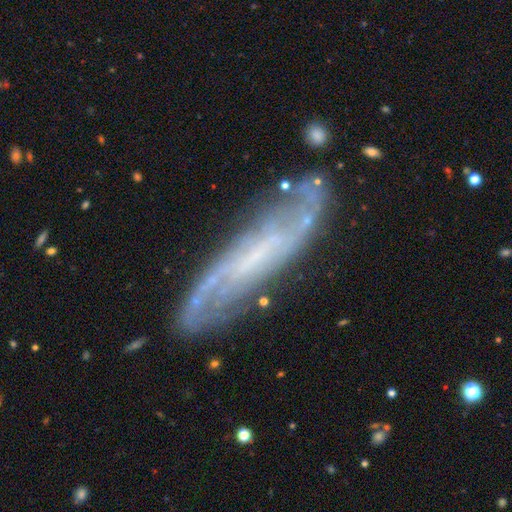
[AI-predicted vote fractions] smooth_or_featured: featured or disk (p=0.77) [alt: smooth p=0.15]
disk_edge_on: no (p=0.72) [alt: yes p=0.28]
bar: weak (p=0.40) [alt: no p=0.37]
has_spiral_arms: yes (p=0.90) [alt: no p=0.10]
bulge_size: none (p=0.46) [alt: small p=0.39]
merging: none (p=0.76) [alt: minor disturbance p=0.16]